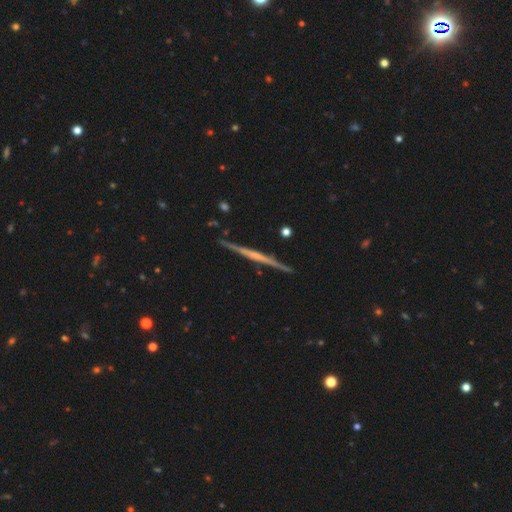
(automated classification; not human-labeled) Smooth or featured? Predicted: featured or disk (p=0.73). Edge-on disk? Predicted: yes (p=0.98). Edge-on bulge? Predicted: none (p=0.67). Merging? Predicted: none (p=0.89).